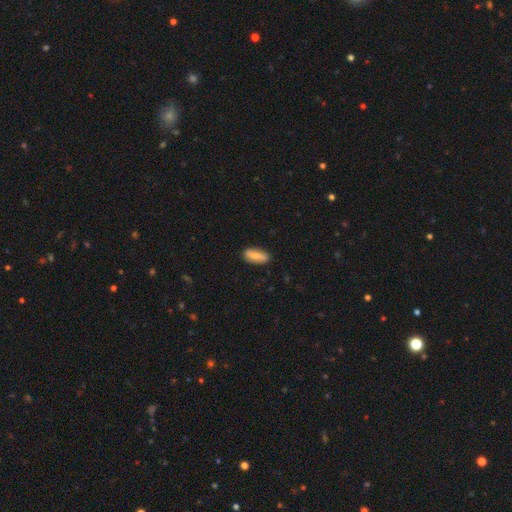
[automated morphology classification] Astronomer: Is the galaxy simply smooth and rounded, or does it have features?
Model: smooth — 77%.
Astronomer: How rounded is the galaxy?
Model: in between — 72%.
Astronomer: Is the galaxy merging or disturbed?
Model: none — 86%.